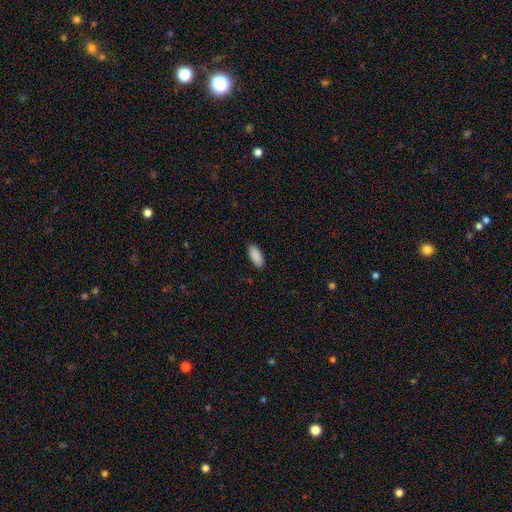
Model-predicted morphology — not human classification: This appears to be a smooth galaxy with no disk features (91%) that is in between round and cigar-shaped (89%). Merging: none (87%).